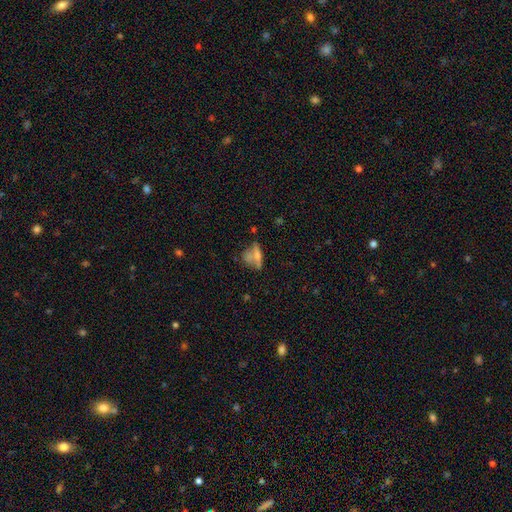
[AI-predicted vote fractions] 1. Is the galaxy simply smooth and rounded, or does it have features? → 53% smooth, 32% featured or disk, 15% star or artifact.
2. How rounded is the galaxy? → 48% in between, 40% cigar-shaped, 12% round.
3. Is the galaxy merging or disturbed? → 42% none, 27% merger, 16% minor disturbance, 15% major disturbance.